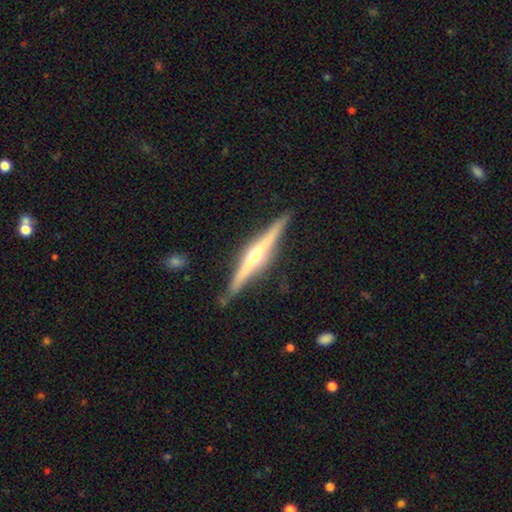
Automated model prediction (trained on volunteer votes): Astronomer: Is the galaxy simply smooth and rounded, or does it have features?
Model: featured or disk — 79%.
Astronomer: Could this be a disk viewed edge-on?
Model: yes — 98%.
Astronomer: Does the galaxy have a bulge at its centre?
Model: rounded — 89%.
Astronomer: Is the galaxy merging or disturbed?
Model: none — 87%.